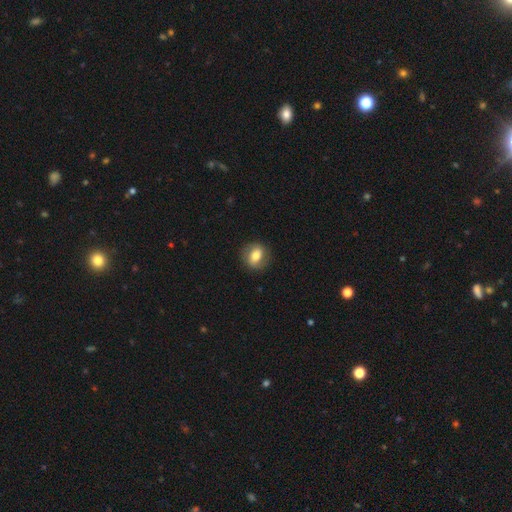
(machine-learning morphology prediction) smooth-or-featured: smooth: 65% | featured or disk: 27% | star or artifact: 8%
  how-rounded: round: 55% | in between: 43% | cigar-shaped: 2%
  merging: none: 83% | minor disturbance: 12% | major disturbance: 4% | merger: 1%